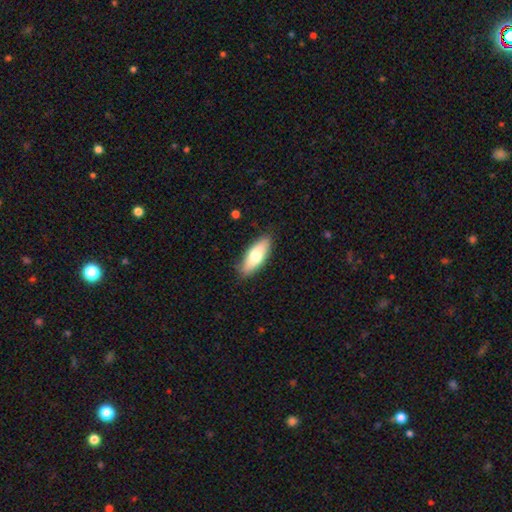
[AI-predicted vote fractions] smooth 71%, featured or disk 24%, star or artifact 6%. Down the decision tree: how rounded — in between (75%); merging — none (84%).